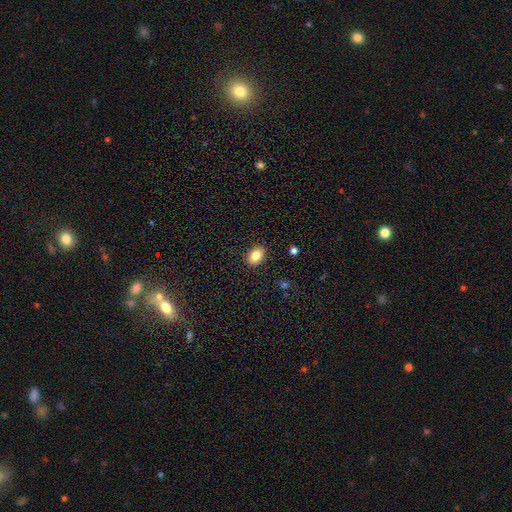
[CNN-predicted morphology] smooth-or-featured: smooth: 83% | star or artifact: 9% | featured or disk: 8%
  how-rounded: in between: 76% | round: 23% | cigar-shaped: 1%
  merging: none: 88% | minor disturbance: 8% | major disturbance: 2% | merger: 1%